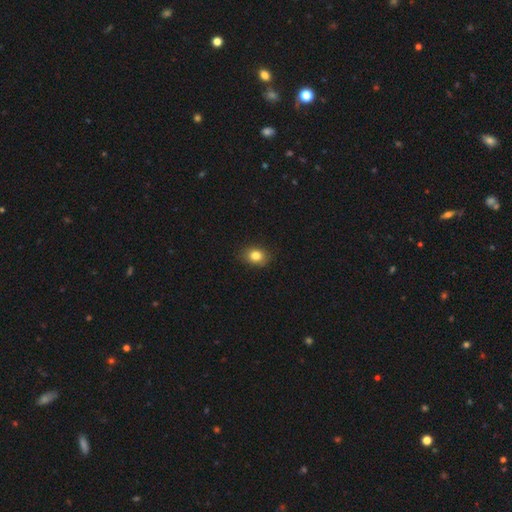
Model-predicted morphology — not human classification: This appears to be a smooth galaxy with no disk features (83%) that is in between round and cigar-shaped (58%). Merging: none (85%).